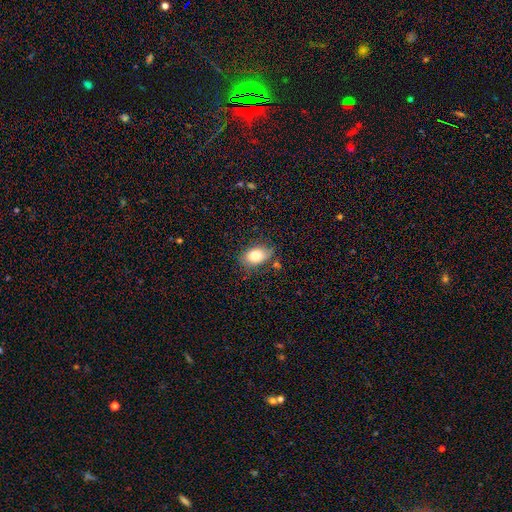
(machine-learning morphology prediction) A smooth galaxy with no disk features (83%) that is in between round and cigar-shaped (85%). Merging: none (68%).